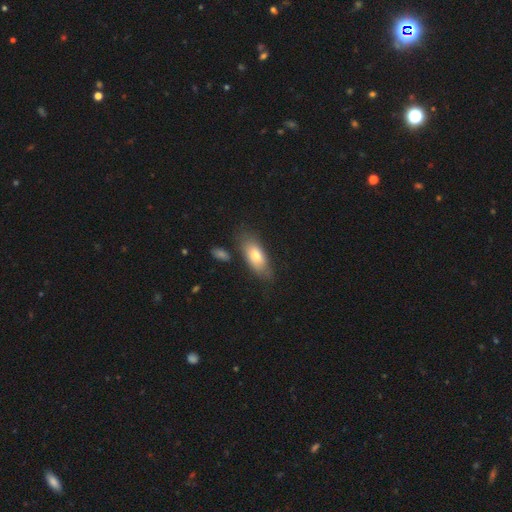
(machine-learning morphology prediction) smooth_or_featured: smooth (p=0.73) [alt: featured or disk p=0.21]
how_rounded: in between (p=0.83) [alt: cigar-shaped p=0.14]
merging: none (p=0.74) [alt: minor disturbance p=0.18]